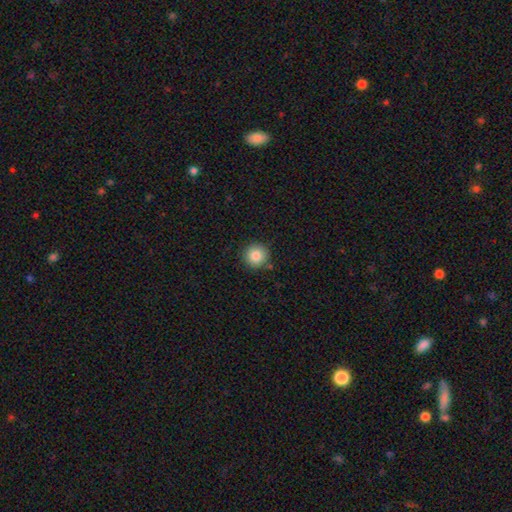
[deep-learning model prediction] Smooth or featured? smooth (85%)
How rounded? round (96%)
Merging? none (88%)